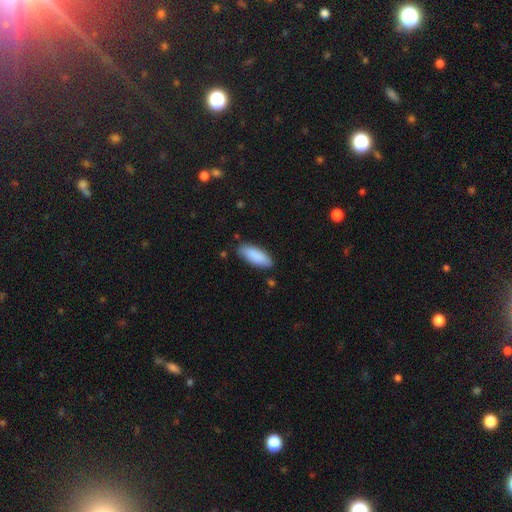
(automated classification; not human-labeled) smooth_or_featured: smooth (p=0.89) [alt: star or artifact p=0.06]
how_rounded: in between (p=0.77) [alt: cigar-shaped p=0.22]
merging: none (p=0.83) [alt: minor disturbance p=0.12]